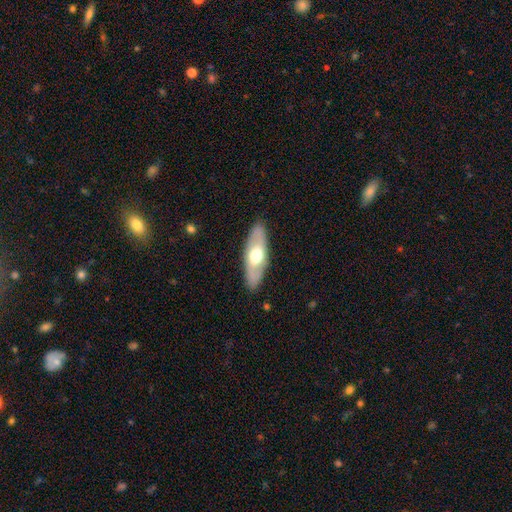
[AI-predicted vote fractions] smooth_or_featured: smooth (p=0.50) [alt: featured or disk p=0.45]
how_rounded: in between (p=0.69) [alt: cigar-shaped p=0.28]
merging: none (p=0.86) [alt: minor disturbance p=0.10]